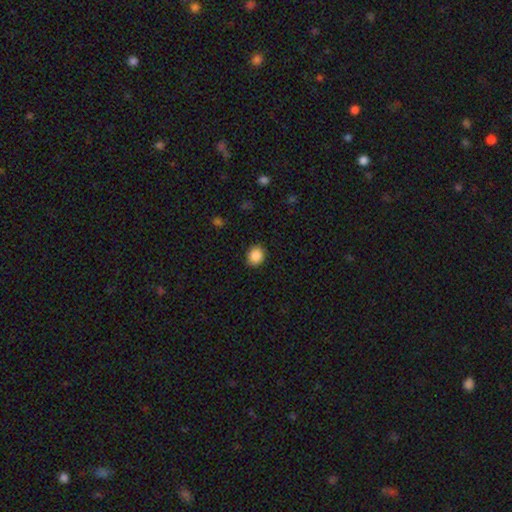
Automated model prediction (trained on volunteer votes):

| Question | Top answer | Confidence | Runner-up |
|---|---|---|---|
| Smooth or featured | smooth | 88% | star or artifact (9%) |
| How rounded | round | 73% | in between (26%) |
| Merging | none | 89% | minor disturbance (7%) |